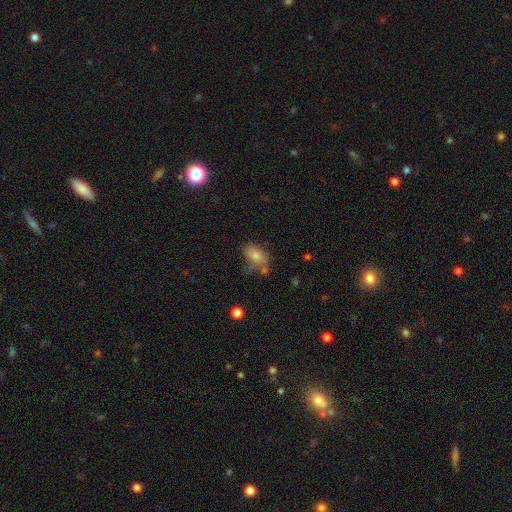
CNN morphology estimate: Smooth or featured?
  - smooth: 77% *
  - featured or disk: 14%
  - star or artifact: 9%
How rounded?
  - in between: 87% *
  - round: 11%
  - cigar-shaped: 2%
Merging?
  - none: 49% *
  - minor disturbance: 27%
  - major disturbance: 13%
  - merger: 11%